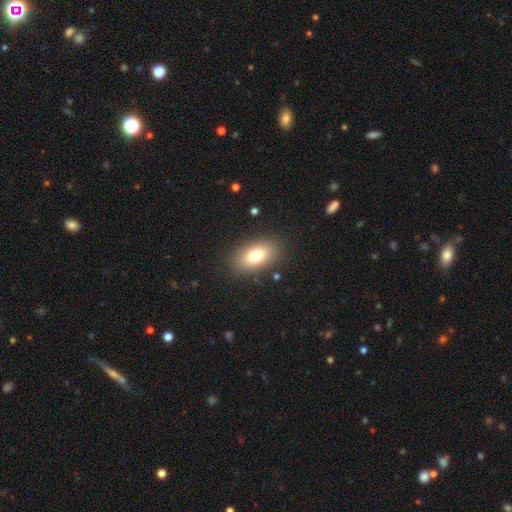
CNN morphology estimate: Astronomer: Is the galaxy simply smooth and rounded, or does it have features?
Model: smooth — 77%.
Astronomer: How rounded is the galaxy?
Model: in between — 89%.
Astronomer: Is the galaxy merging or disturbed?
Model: none — 85%.